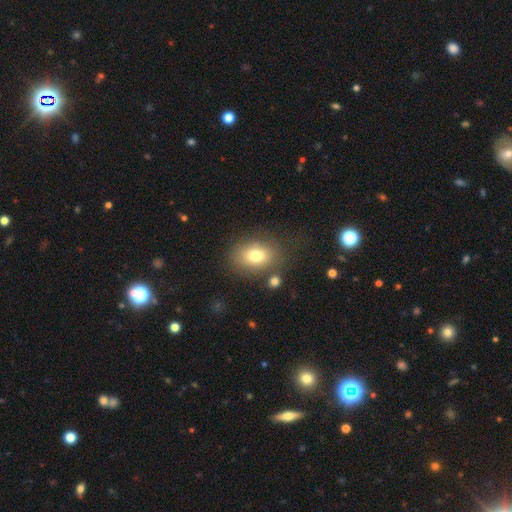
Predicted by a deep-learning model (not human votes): Smooth or featured?
  - smooth: 76% *
  - featured or disk: 14%
  - star or artifact: 10%
How rounded?
  - in between: 71% *
  - round: 28%
  - cigar-shaped: 1%
Merging?
  - none: 71% *
  - minor disturbance: 15%
  - merger: 7%
  - major disturbance: 7%